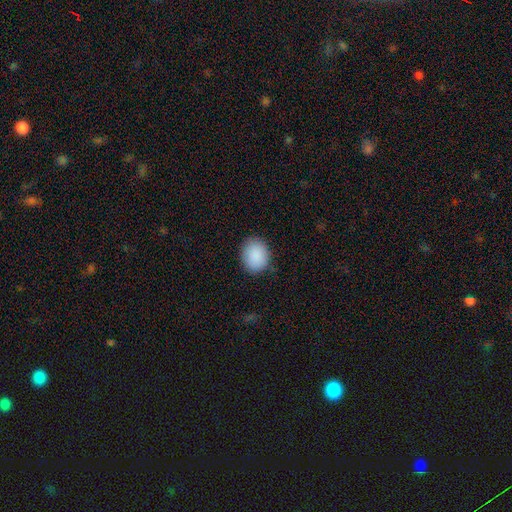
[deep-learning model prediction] The model was most divided on "how rounded": round: 53%, in between: 46%, cigar-shaped: 1%. More confident: smooth or featured — smooth (89%); merging — none (85%).